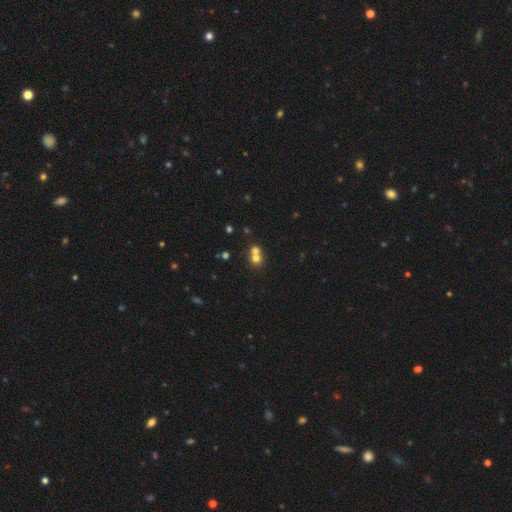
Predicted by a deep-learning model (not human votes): Overall: smooth (68%). How rounded: round (80%). Merging: merger (57%; none 36%).